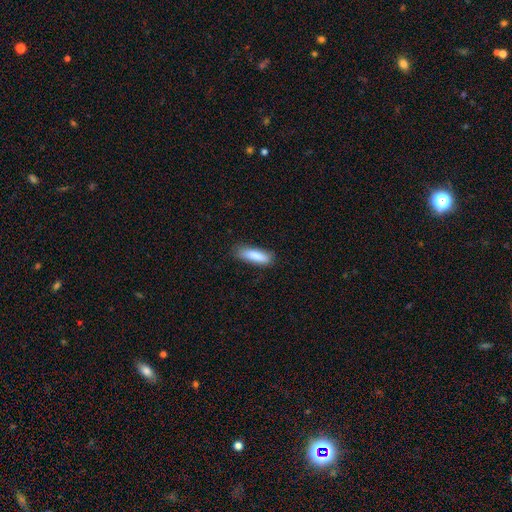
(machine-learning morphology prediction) A smooth galaxy with no disk features (86%) that is cigar-shaped (57%). Merging: none (78%).